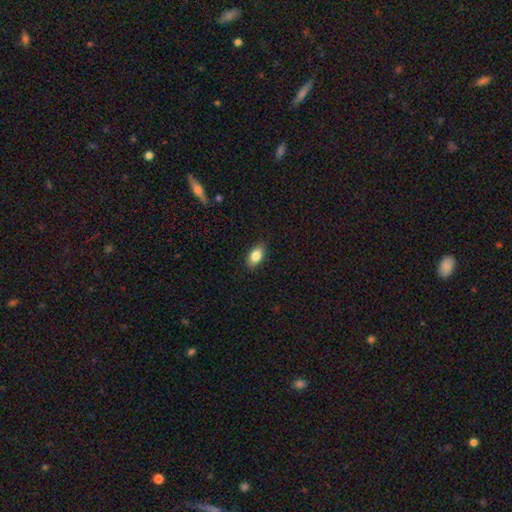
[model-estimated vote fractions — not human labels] A smooth galaxy with no disk features (84%) that is in between round and cigar-shaped (90%).

Vote fractions:
- Smooth or featured? smooth: 84% / featured or disk: 9% / star or artifact: 7%
- How rounded? in between: 90% / round: 6% / cigar-shaped: 4%
- Merging? none: 87% / minor disturbance: 10% / major disturbance: 2% / merger: 1%